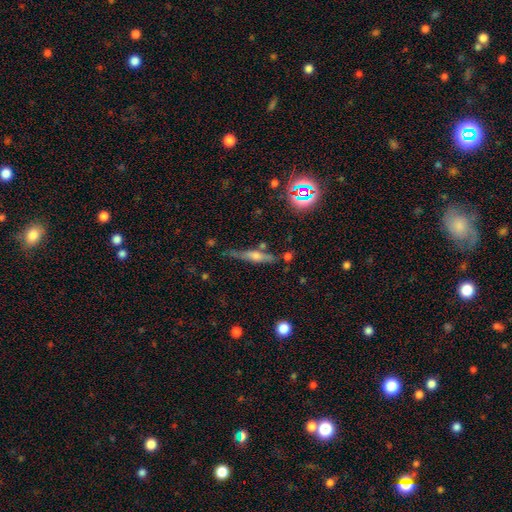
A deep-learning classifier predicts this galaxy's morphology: Smooth or featured?
  - featured or disk: 52% *
  - smooth: 36%
  - star or artifact: 12%
Edge-on disk?
  - yes: 90% *
  - no: 10%
Merging?
  - none: 66% *
  - minor disturbance: 20%
  - merger: 8%
  - major disturbance: 6%